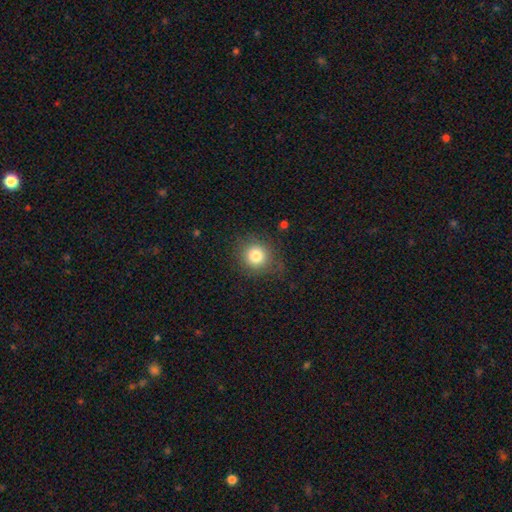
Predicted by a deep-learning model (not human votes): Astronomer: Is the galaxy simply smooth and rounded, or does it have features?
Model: smooth — 82%.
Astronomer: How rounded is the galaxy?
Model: round — 87%.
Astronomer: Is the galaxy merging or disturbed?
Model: none — 83%.